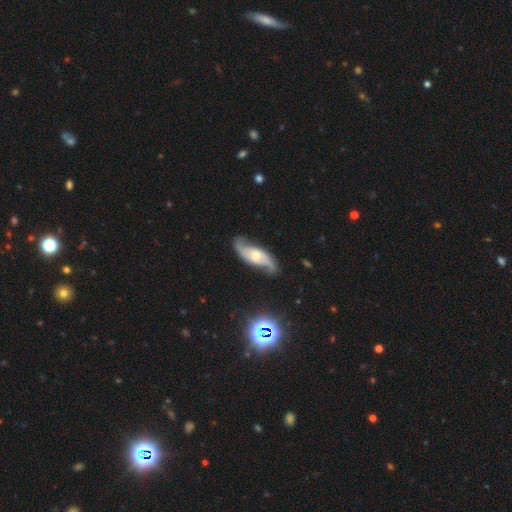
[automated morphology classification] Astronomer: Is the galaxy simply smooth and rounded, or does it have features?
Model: featured or disk — 81%.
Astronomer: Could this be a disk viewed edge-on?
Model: no — 91%.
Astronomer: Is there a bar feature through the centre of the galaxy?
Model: no — 47% (runner-up: weak, 41%).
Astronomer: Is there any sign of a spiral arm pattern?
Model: yes — 95%.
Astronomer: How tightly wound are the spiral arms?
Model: loose — 58%.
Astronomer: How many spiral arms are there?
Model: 2 — 91%.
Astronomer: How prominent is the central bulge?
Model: moderate — 53% (runner-up: small, 36%).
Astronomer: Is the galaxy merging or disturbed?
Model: none — 76%.